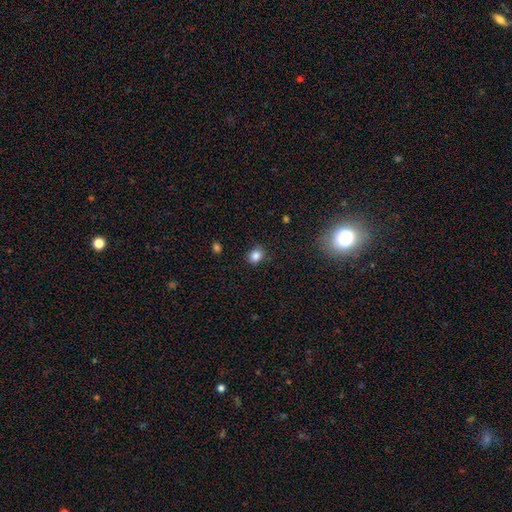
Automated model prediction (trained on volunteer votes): Smooth or featured? Predicted: smooth (p=0.84). How rounded? Predicted: round (p=0.59). Merging? Predicted: none (p=0.85).